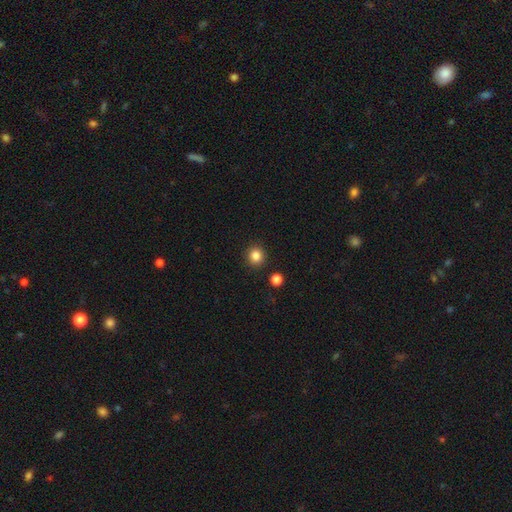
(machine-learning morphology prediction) Overall: smooth (84%). How rounded: round (89%). Merging: none (90%).